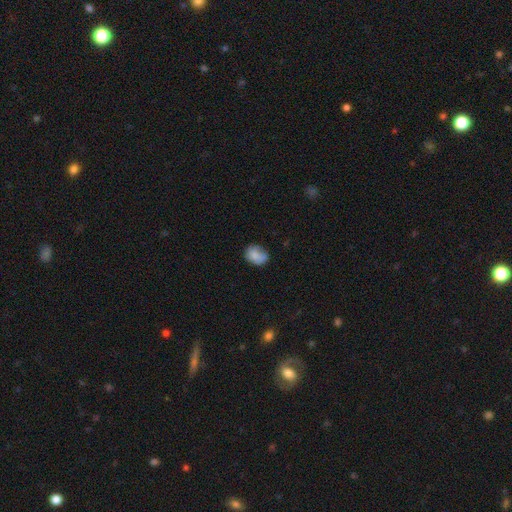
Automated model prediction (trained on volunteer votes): Smooth or featured? smooth (79%)
How rounded? in between (57%)
Merging? none (61%)